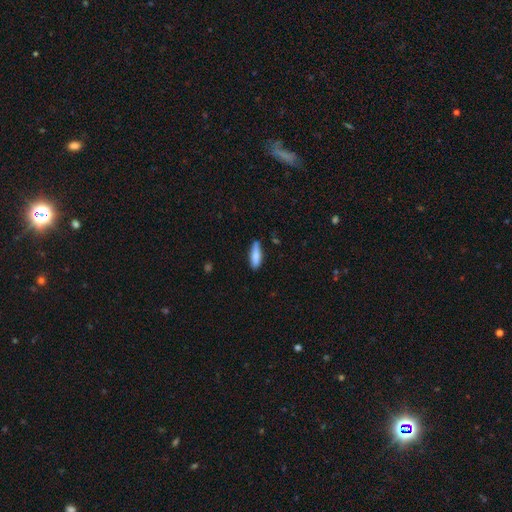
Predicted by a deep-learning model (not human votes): The model was most divided on "how rounded": in between: 50%, cigar-shaped: 48%, round: 2%. More confident: smooth or featured — smooth (82%); merging — none (79%).